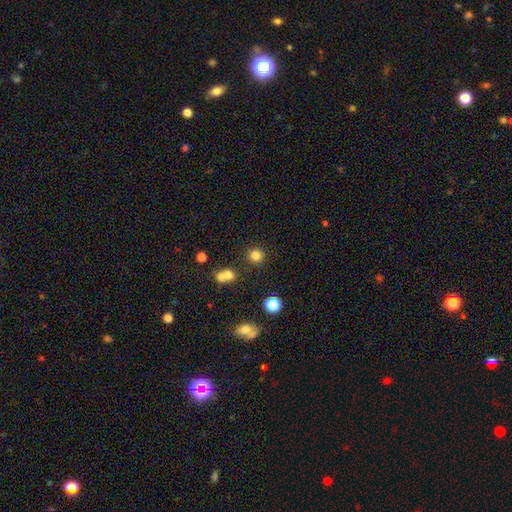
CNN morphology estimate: The model was most divided on "smooth or featured": smooth: 81%, star or artifact: 14%, featured or disk: 5%. More confident: how rounded — round (92%); merging — none (82%).